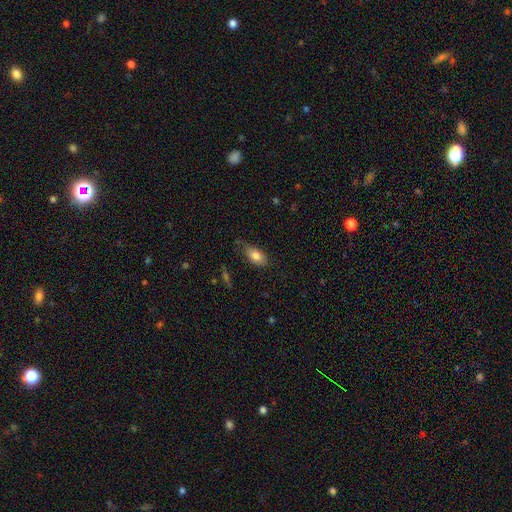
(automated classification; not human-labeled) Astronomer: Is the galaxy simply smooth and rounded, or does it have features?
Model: smooth — 80%.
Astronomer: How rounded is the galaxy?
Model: in between — 89%.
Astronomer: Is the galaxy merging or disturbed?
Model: none — 63%.